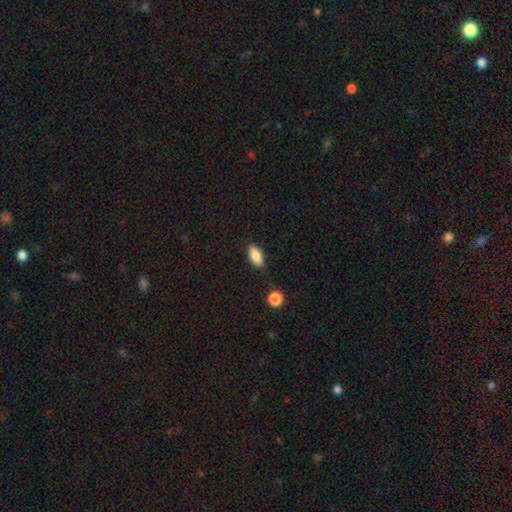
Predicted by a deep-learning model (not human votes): This is clearly a smooth galaxy (86%). How rounded: clearly in between (89%). Merging: clearly none (83%).